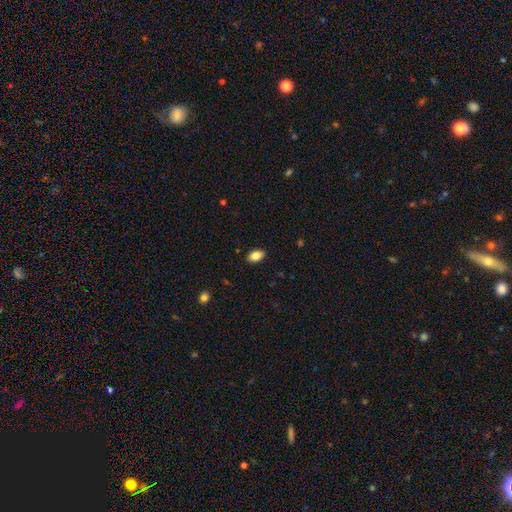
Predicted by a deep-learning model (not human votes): Smooth or featured: smooth — 84% (star or artifact — 8%)
How rounded: in between — 90% (round — 8%)
Merging: none — 89% (minor disturbance — 8%)